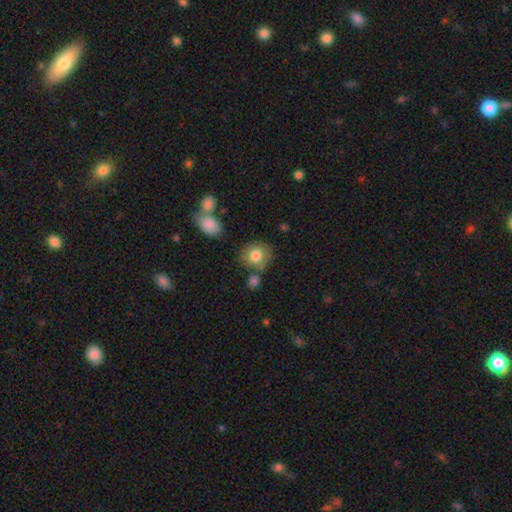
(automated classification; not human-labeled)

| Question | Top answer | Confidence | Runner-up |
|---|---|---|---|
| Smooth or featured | smooth | 79% | featured or disk (13%) |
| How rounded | round | 76% | in between (23%) |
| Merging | none | 70% | minor disturbance (15%) |